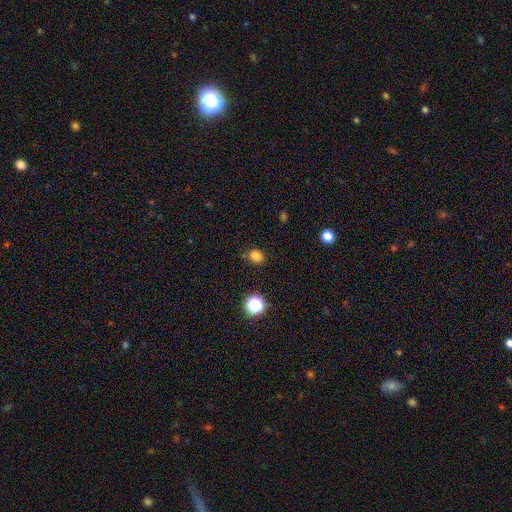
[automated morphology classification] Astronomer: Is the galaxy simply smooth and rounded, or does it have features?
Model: smooth — 81%.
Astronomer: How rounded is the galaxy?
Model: round — 66%.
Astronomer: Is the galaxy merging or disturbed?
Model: none — 77%.